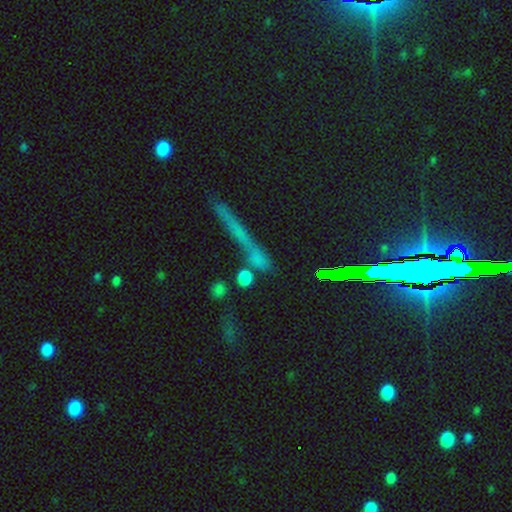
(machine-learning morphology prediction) Smooth or featured: star or artifact — 43% (smooth — 37%)